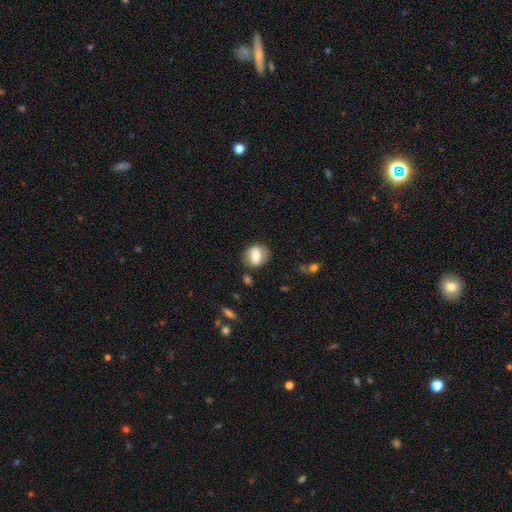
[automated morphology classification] The model was most divided on "how rounded": round: 54%, in between: 44%, cigar-shaped: 2%. More confident: merging — none (77%); smooth or featured — smooth (65%).